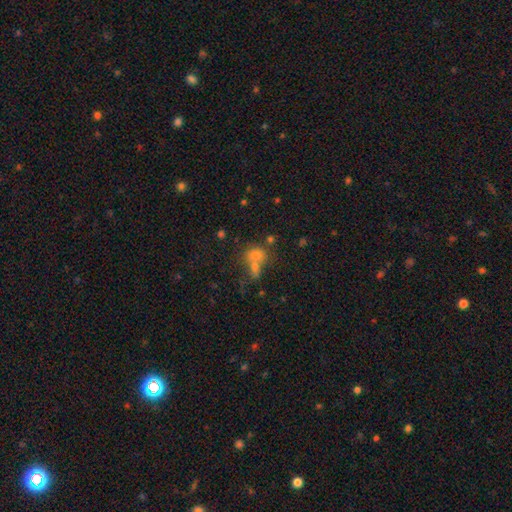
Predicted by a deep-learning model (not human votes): The model was most divided on "how rounded": round: 55%, in between: 42%, cigar-shaped: 3%. Remaining: smooth or featured — smooth (61%); merging — merger (49%).